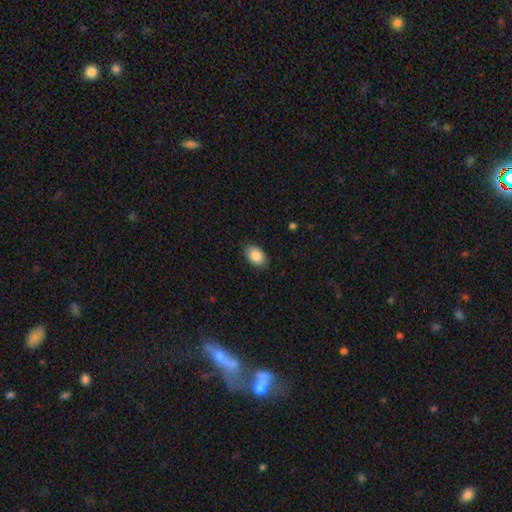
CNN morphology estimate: A smooth galaxy with no disk features (88%) that is in between round and cigar-shaped (88%). Merging: none (82%).